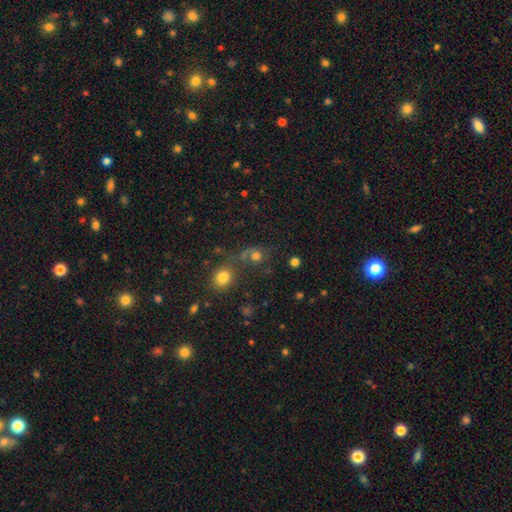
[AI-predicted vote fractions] smooth 71%, star or artifact 19%, featured or disk 10%. Down the decision tree: how rounded — round (82%); merging — none (54%).